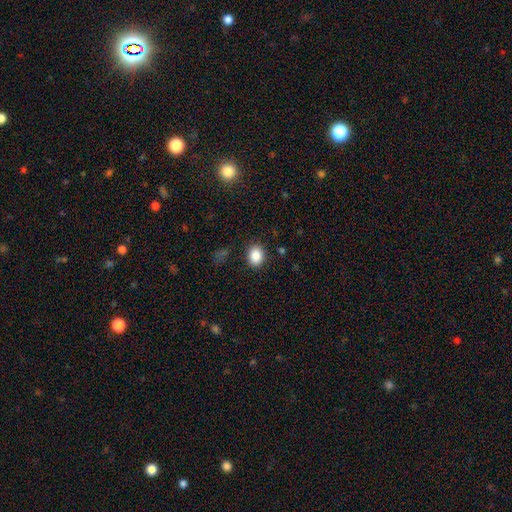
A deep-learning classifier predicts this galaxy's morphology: Smooth or featured: smooth — 87% (star or artifact — 9%)
How rounded: in between — 58% (round — 42%)
Merging: none — 87% (minor disturbance — 9%)